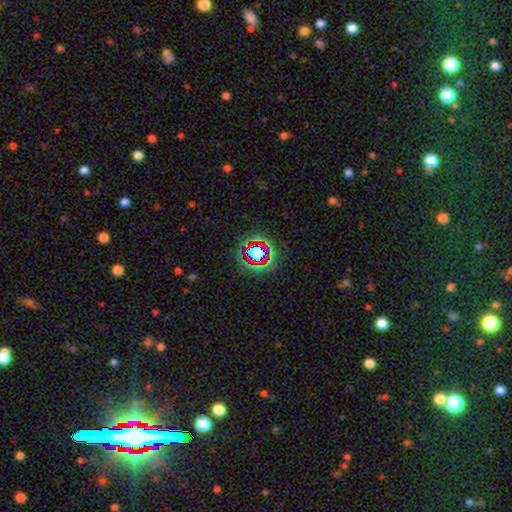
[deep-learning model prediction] The model was most divided on "smooth or featured": star or artifact: 62%, smooth: 25%, featured or disk: 14%.